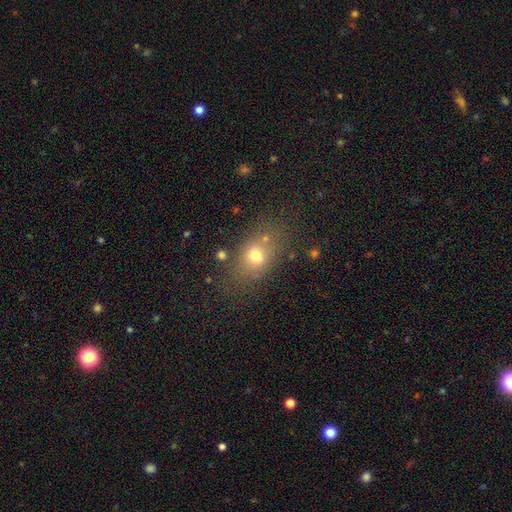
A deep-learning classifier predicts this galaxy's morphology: Smooth or featured: smooth — 70% (featured or disk — 15%)
How rounded: in between — 65% (round — 31%)
Merging: none — 68% (minor disturbance — 16%)